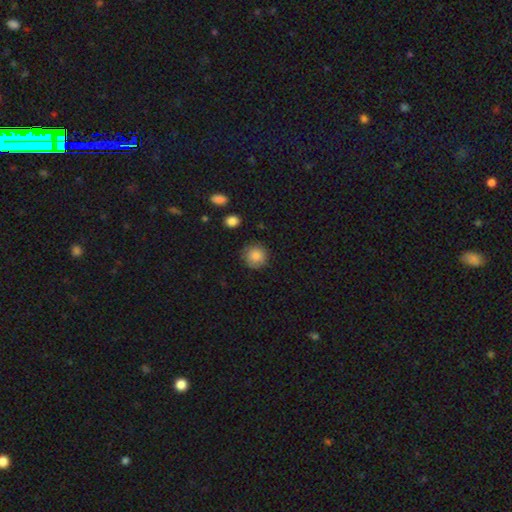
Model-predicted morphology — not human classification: Smooth or featured: smooth — 84% (star or artifact — 8%)
How rounded: round — 92% (in between — 7%)
Merging: none — 84% (minor disturbance — 12%)